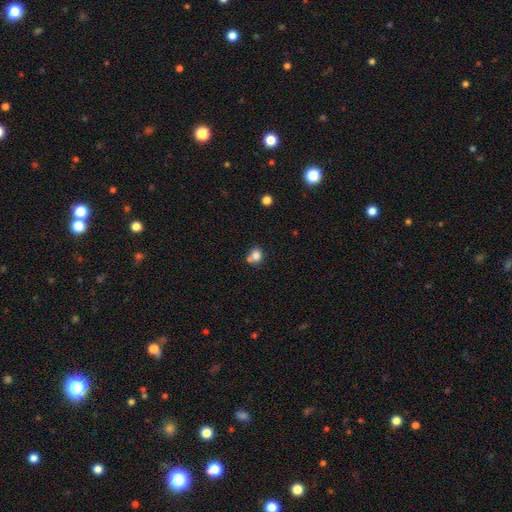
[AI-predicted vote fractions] smooth 81%, star or artifact 11%, featured or disk 8%. Down the decision tree: how rounded — round (71%); merging — none (54%).